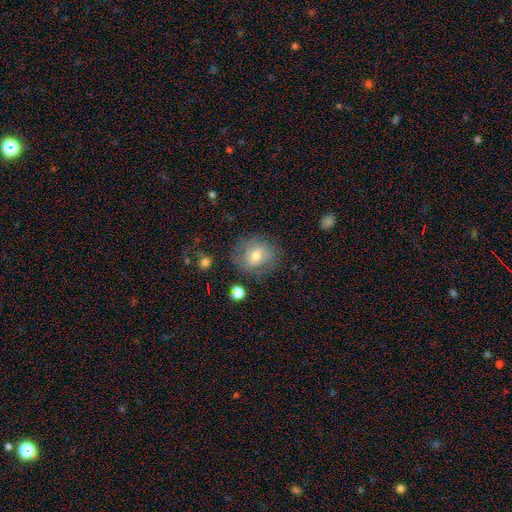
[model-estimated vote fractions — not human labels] Overall: smooth (57%; featured or disk 33%). How rounded: round (75%). Merging: none (72%).